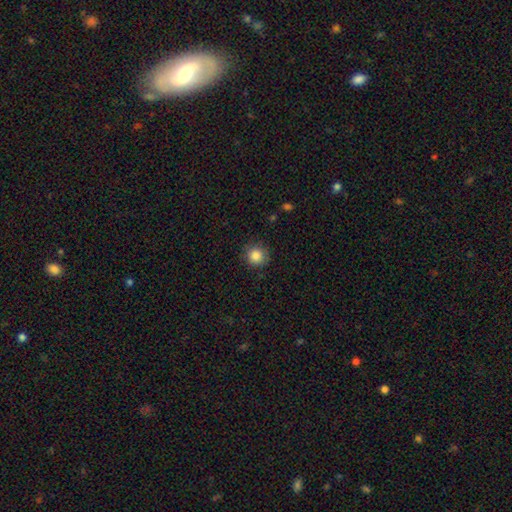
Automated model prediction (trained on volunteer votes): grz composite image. It shows a smooth galaxy with no disk features (86%) that is round (93%). Merging: none (88%).